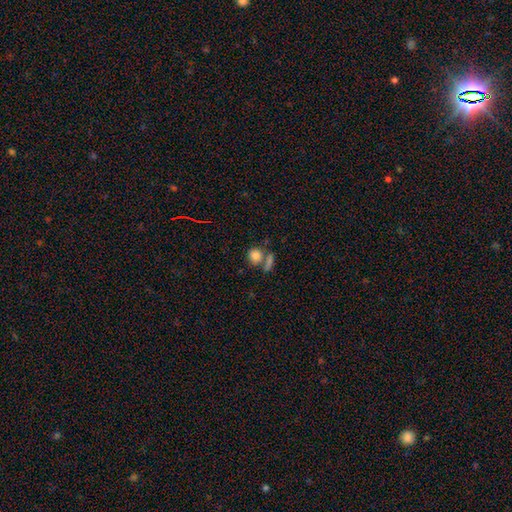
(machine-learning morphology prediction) Smooth or featured? Predicted: smooth (p=0.81). How rounded? Predicted: round (p=0.74). Merging? Predicted: none (p=0.54).